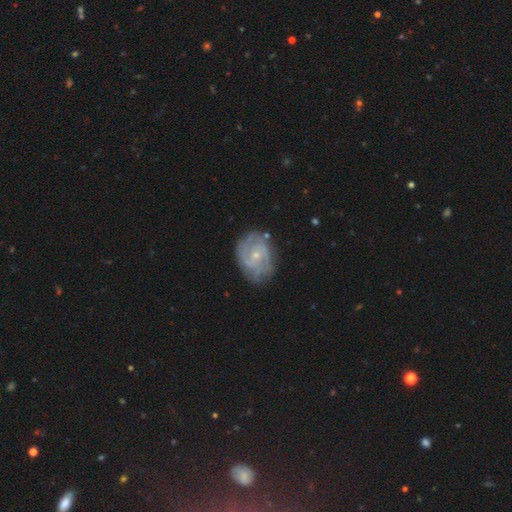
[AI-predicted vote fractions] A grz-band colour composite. It shows a featured or disk galaxy (83%) with no bar (62%), 2 (49%) tight (54%) spiral arms (94%) and a small central bulge (70%). Merging: none (72%).